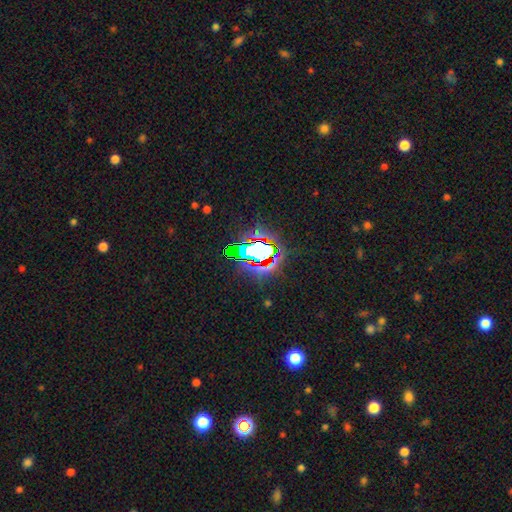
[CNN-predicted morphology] This appears to be a star or artifact, not a galaxy (65%).